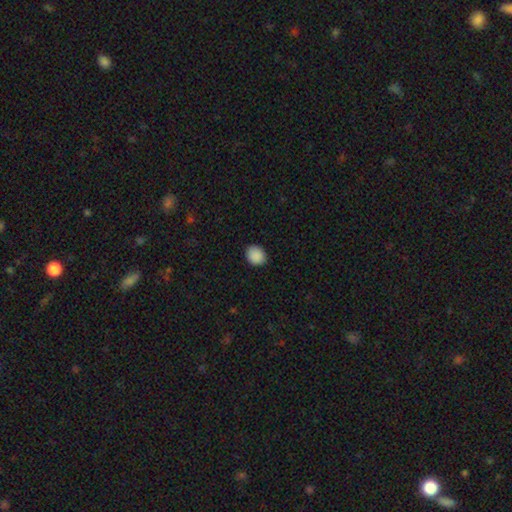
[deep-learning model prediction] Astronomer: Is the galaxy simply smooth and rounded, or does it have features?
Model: smooth — 89%.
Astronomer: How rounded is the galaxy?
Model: round — 63%.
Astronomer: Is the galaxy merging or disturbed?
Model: none — 89%.